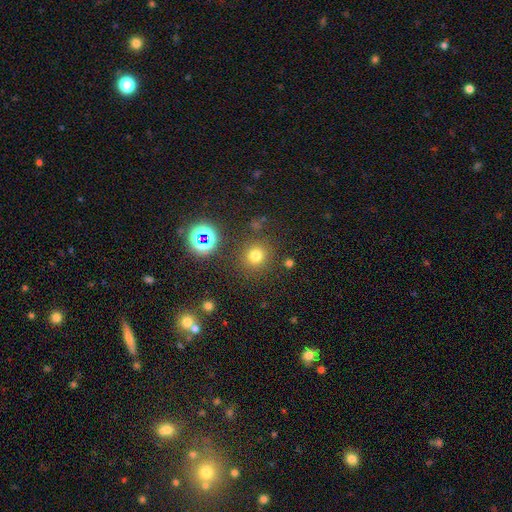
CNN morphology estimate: This appears to be a smooth galaxy with no disk features (72%) that is round (91%). Merging: none (85%).